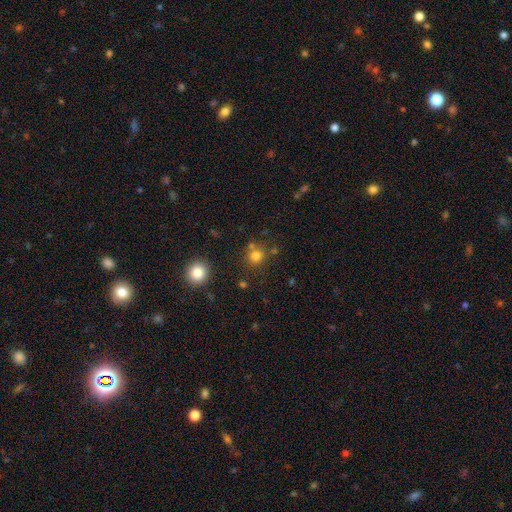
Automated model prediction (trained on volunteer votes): Q: Smooth or featured?
A: smooth (78%); runner-up: star or artifact (15%)
Q: How rounded?
A: round (88%); runner-up: in between (11%)
Q: Merging?
A: none (73%); runner-up: merger (14%)